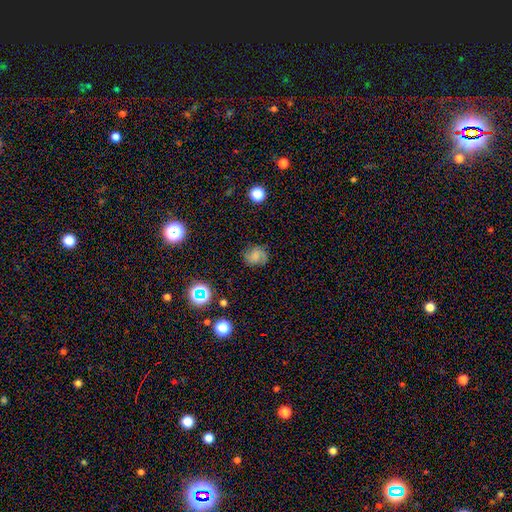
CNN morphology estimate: Smooth or featured? Predicted: smooth (p=0.45). Merging? Predicted: none (p=0.74).